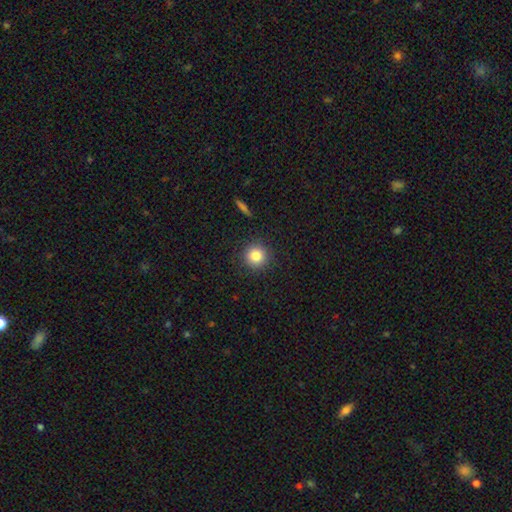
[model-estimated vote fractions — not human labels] A smooth galaxy with no disk features (84%) that is round (94%). Merging: none (90%).